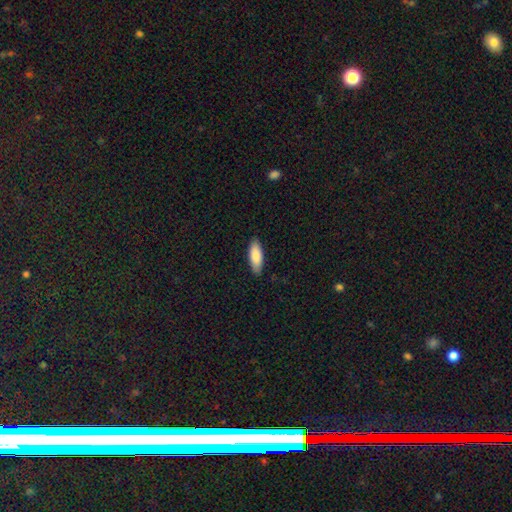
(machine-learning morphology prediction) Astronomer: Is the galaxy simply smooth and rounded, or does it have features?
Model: smooth — 85%.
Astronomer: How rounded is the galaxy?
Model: in between — 70%.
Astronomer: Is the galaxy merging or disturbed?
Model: none — 87%.